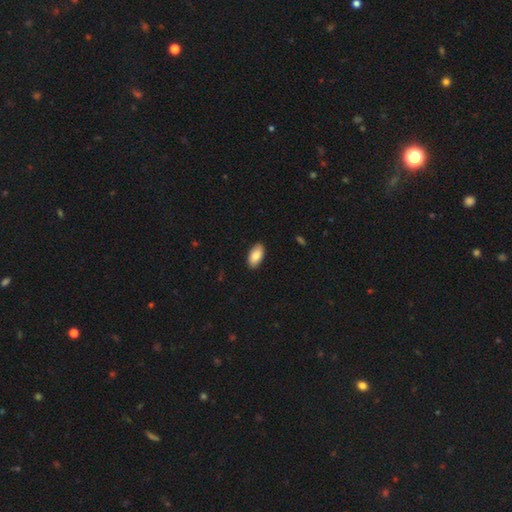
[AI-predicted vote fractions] Smooth or featured: smooth — 84% (featured or disk — 10%)
How rounded: in between — 95% (cigar-shaped — 3%)
Merging: none — 89% (minor disturbance — 8%)